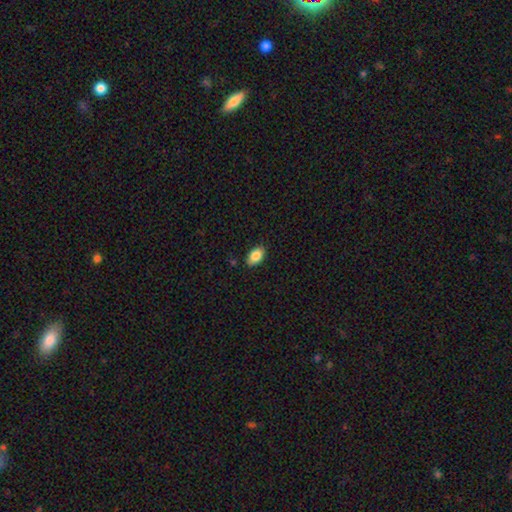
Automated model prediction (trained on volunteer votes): smooth_or_featured: smooth (p=0.86) [alt: star or artifact p=0.08]
how_rounded: in between (p=0.92) [alt: round p=0.06]
merging: none (p=0.86) [alt: minor disturbance p=0.11]